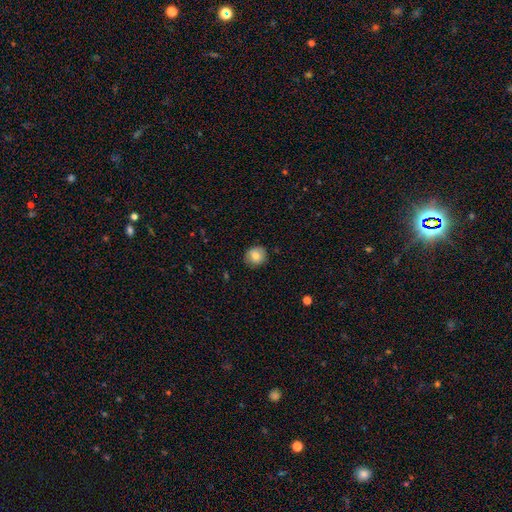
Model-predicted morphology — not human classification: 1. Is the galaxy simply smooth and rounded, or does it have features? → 77% smooth, 14% featured or disk, 8% star or artifact.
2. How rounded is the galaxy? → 84% round, 15% in between, 1% cigar-shaped.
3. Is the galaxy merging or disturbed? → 83% none, 13% minor disturbance, 2% major disturbance, 1% merger.